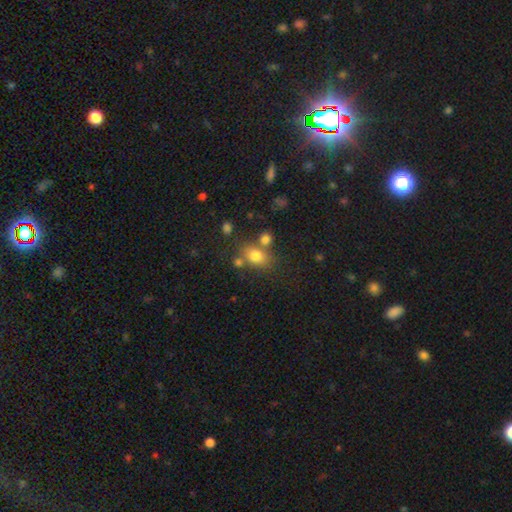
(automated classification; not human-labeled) Smooth or featured: smooth — 77% (star or artifact — 13%)
How rounded: in between — 65% (round — 34%)
Merging: none — 60% (merger — 20%)